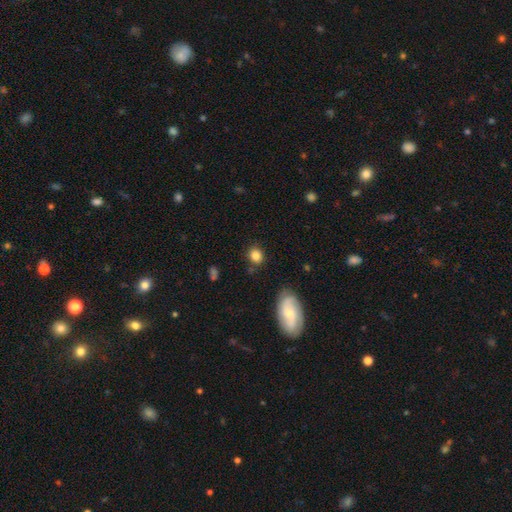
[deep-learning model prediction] smooth_or_featured: smooth (p=0.83) [alt: star or artifact p=0.10]
how_rounded: round (p=0.66) [alt: in between p=0.33]
merging: none (p=0.80) [alt: minor disturbance p=0.14]